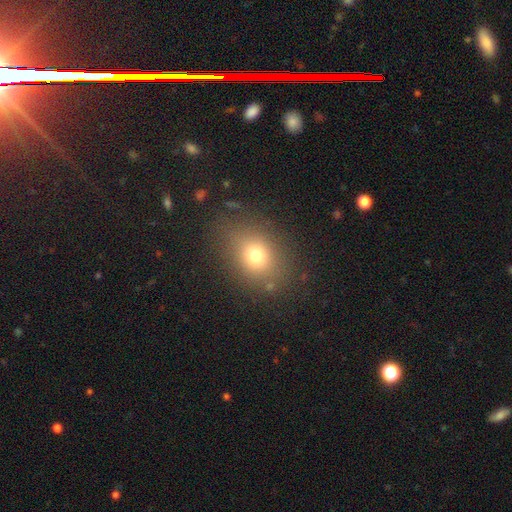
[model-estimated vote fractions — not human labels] This appears to be a smooth galaxy with no disk features (73%) that is in between round and cigar-shaped (53%). Merging: none (79%).